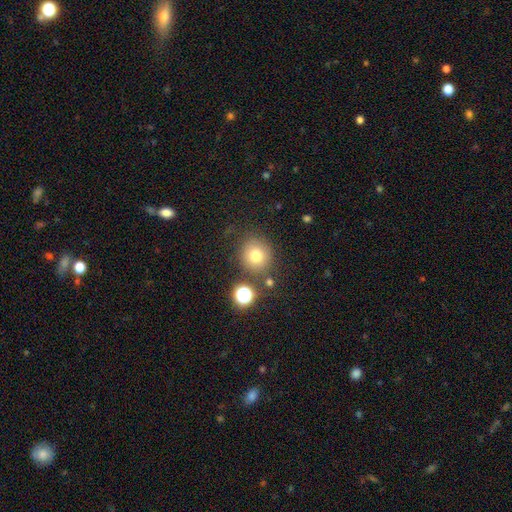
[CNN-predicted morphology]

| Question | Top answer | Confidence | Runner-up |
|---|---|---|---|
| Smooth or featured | smooth | 76% | star or artifact (14%) |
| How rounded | round | 89% | in between (10%) |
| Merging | none | 76% | minor disturbance (11%) |